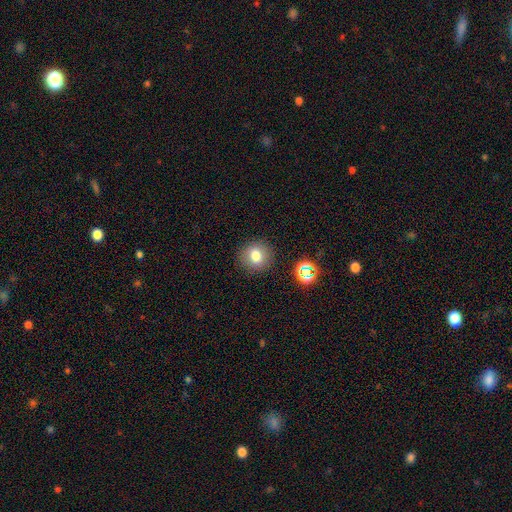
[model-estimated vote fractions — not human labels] Smooth or featured: smooth — 77% (star or artifact — 13%)
How rounded: round — 81% (in between — 18%)
Merging: none — 88% (minor disturbance — 7%)